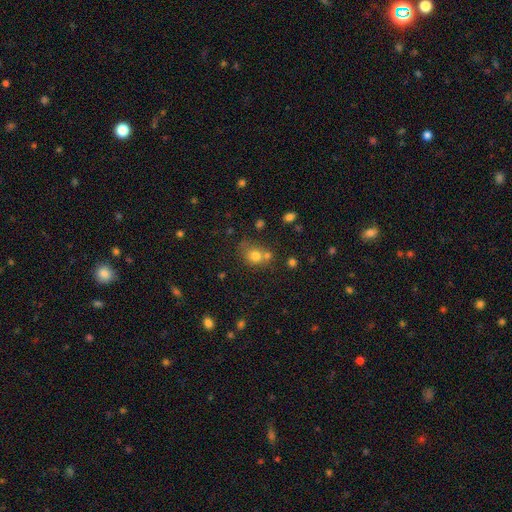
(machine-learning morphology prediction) Smooth or featured? Predicted: smooth (p=0.74). How rounded? Predicted: round (p=0.71). Merging? Predicted: none (p=0.49).